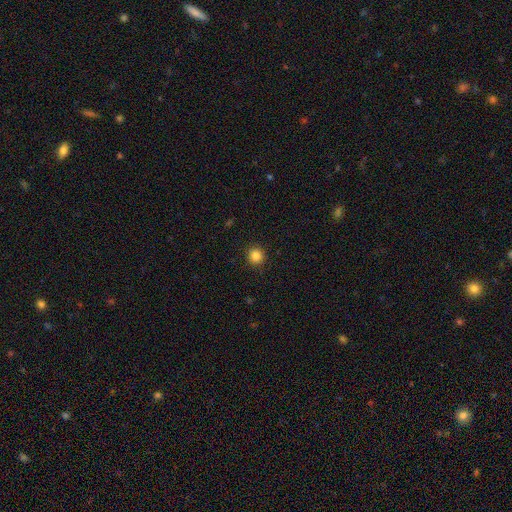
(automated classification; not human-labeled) A smooth galaxy with no disk features (85%) that is round (93%).

Vote fractions:
- Smooth or featured? smooth: 85% / star or artifact: 11% / featured or disk: 4%
- How rounded? round: 93% / in between: 6% / cigar-shaped: 1%
- Merging? none: 92% / minor disturbance: 5% / major disturbance: 2% / merger: 1%